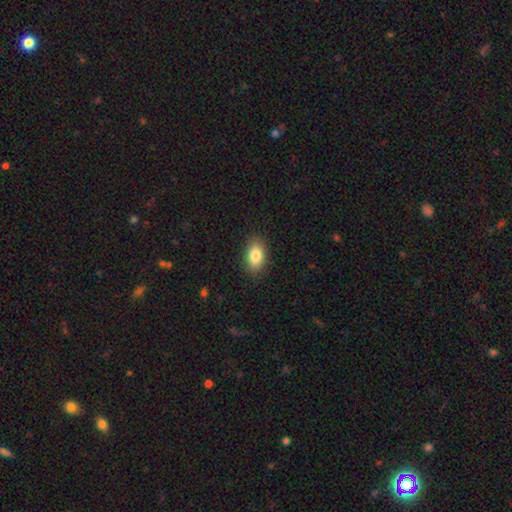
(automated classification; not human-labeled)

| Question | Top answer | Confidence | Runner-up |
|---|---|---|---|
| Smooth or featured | smooth | 84% | featured or disk (9%) |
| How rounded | in between | 91% | round (7%) |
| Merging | none | 88% | minor disturbance (9%) |